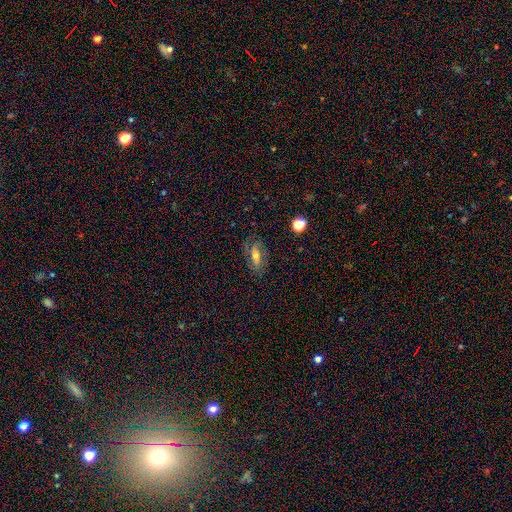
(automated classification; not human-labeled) Q: Smooth or featured?
A: featured or disk (47%); runner-up: smooth (42%)
Q: Merging?
A: none (78%); runner-up: minor disturbance (15%)